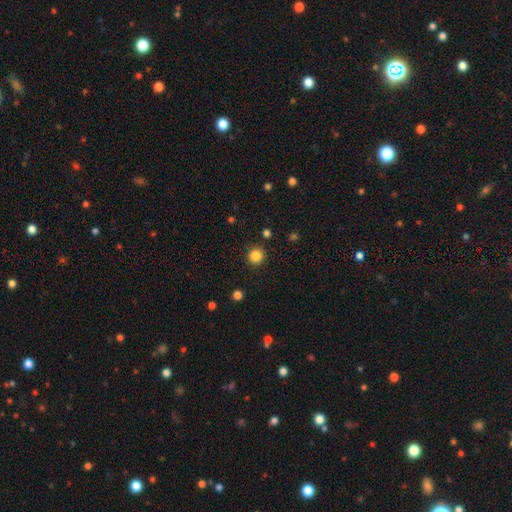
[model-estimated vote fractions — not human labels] The model was most divided on "smooth or featured": smooth: 84%, star or artifact: 12%, featured or disk: 4%. More confident: how rounded — round (94%); merging — none (91%).